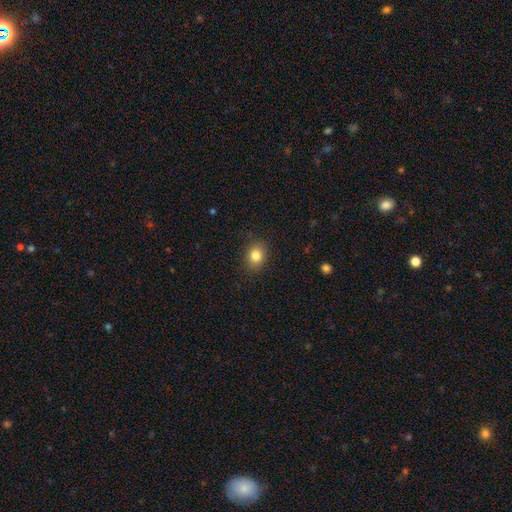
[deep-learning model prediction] A smooth galaxy with no disk features (83%) that is round (58%). Merging: none (86%).